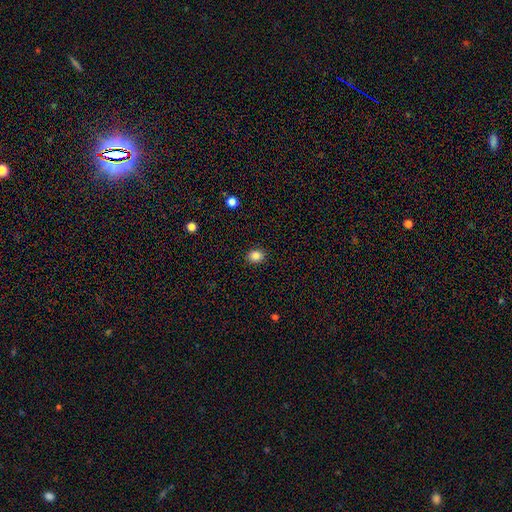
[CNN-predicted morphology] Smooth or featured?
  - smooth: 86% *
  - star or artifact: 10%
  - featured or disk: 4%
How rounded?
  - round: 56% *
  - in between: 43%
  - cigar-shaped: 1%
Merging?
  - none: 90% *
  - minor disturbance: 7%
  - major disturbance: 2%
  - merger: 1%